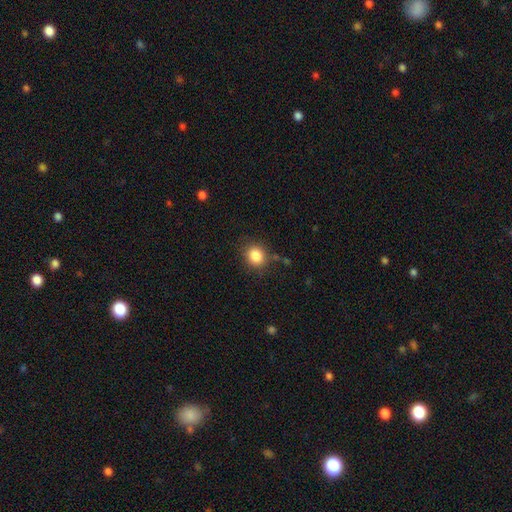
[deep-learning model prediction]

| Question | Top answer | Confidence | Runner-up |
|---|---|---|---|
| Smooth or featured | smooth | 84% | star or artifact (11%) |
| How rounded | round | 78% | in between (21%) |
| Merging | none | 82% | minor disturbance (12%) |